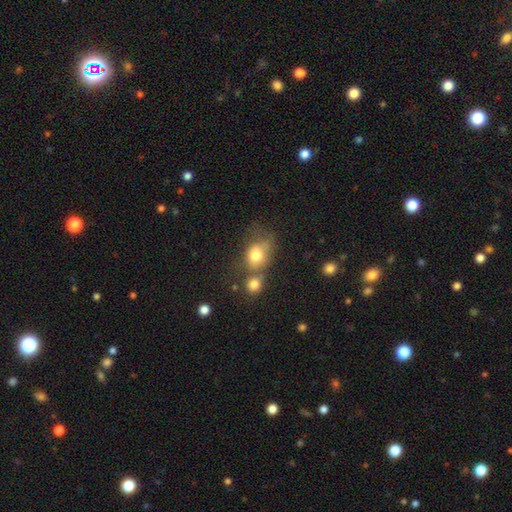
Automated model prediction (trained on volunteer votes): This is likely a smooth galaxy (76%). How rounded: possibly in between (53%). Merging: marginally merger (40%).